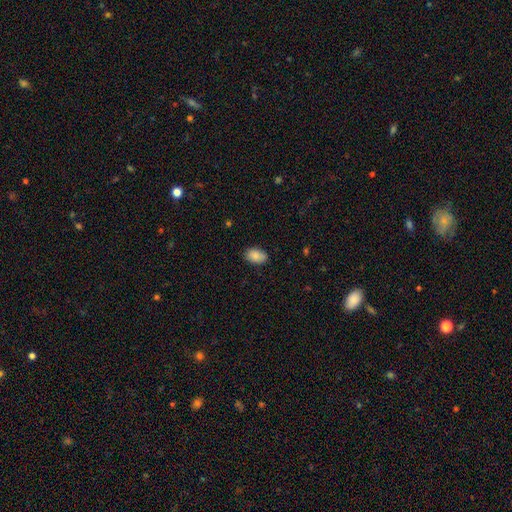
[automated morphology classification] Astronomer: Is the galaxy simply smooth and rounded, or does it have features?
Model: smooth — 87%.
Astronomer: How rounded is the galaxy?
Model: in between — 89%.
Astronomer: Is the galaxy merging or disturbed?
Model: none — 83%.